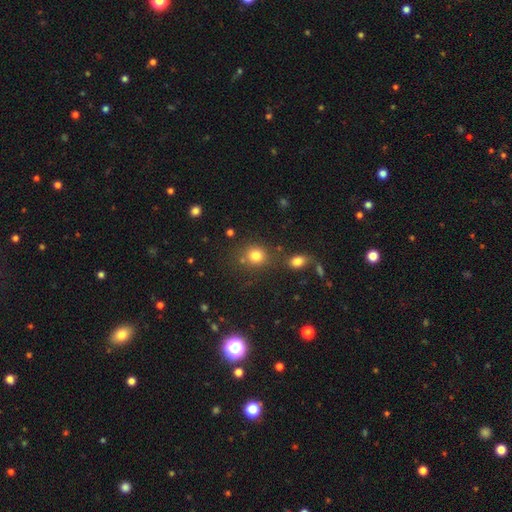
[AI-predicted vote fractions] Smooth or featured: smooth — 80% (star or artifact — 13%)
How rounded: round — 82% (in between — 17%)
Merging: none — 70% (merger — 14%)